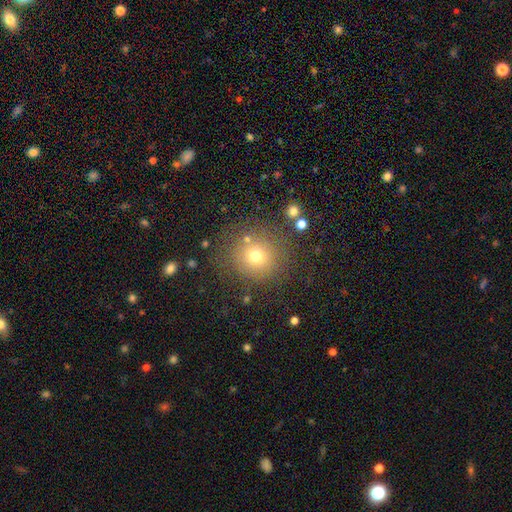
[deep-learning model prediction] This appears to be a smooth galaxy with no disk features (69%) that is round (89%). Merging: none (79%).